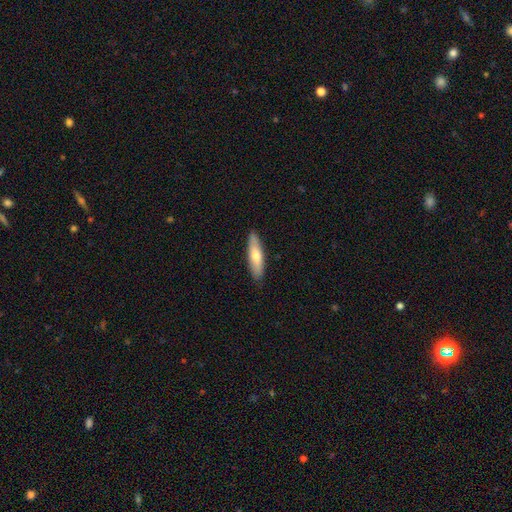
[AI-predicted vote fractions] Morphology: type=smooth (65%); roundness=cigar-shaped (68%); merging=none (88%).